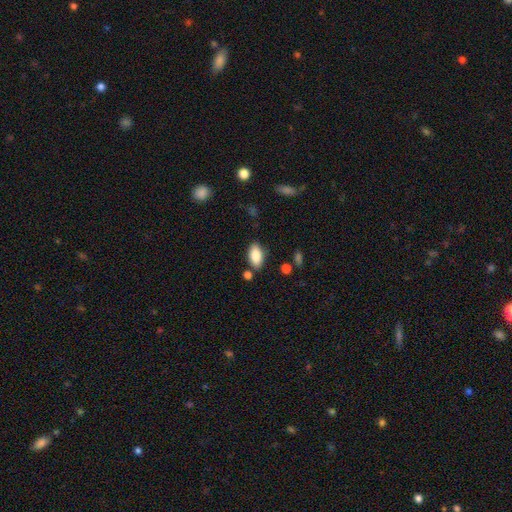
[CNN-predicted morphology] smooth-or-featured: smooth: 86% | featured or disk: 7% | star or artifact: 7%
  how-rounded: in between: 93% | cigar-shaped: 4% | round: 3%
  merging: none: 81% | minor disturbance: 11% | merger: 5% | major disturbance: 3%